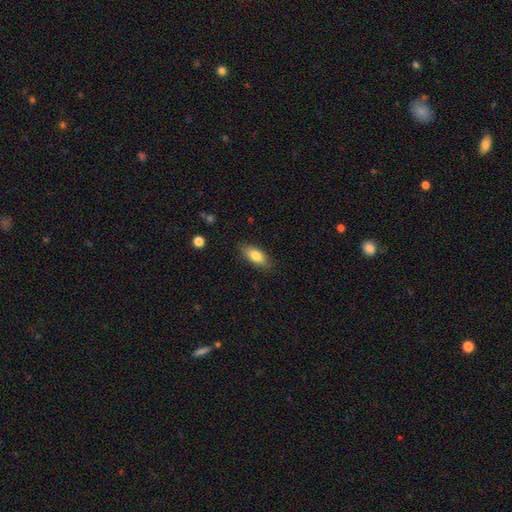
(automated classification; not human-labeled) Smooth or featured?
  - smooth: 80% *
  - featured or disk: 13%
  - star or artifact: 7%
How rounded?
  - in between: 82% *
  - cigar-shaped: 15%
  - round: 3%
Merging?
  - none: 83% *
  - minor disturbance: 13%
  - major disturbance: 3%
  - merger: 1%